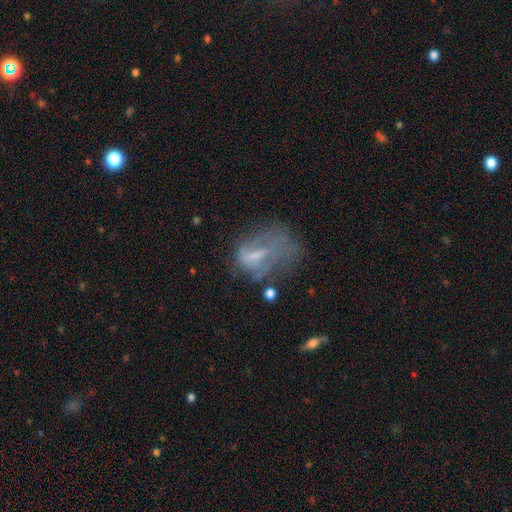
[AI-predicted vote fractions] This is possibly a featured or disk galaxy (53%). It is clearly not viewed edge-on (95%). Bar: marginally weak (42%). Spiral arm pattern: likely no (64%). Central bulge: marginally small (41%). Merging: marginally major disturbance (45%).